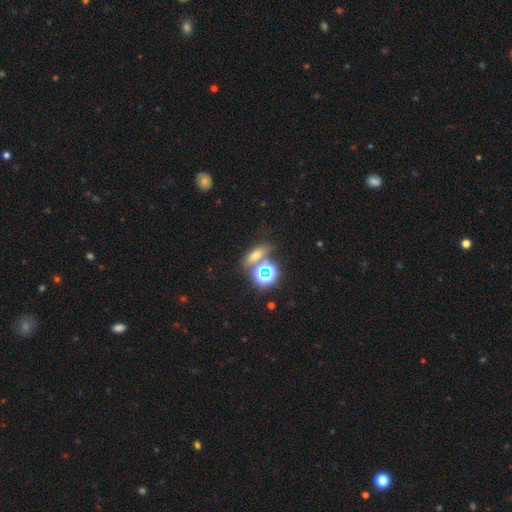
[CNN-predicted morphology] smooth 51%, star or artifact 33%, featured or disk 16%. Down the decision tree: how rounded — in between (55%); merging — none (63%).